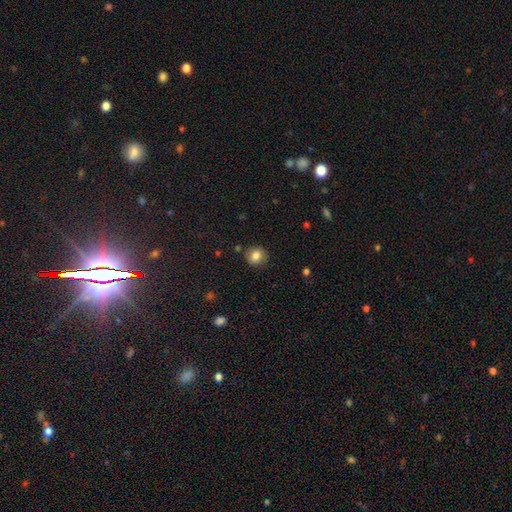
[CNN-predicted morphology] Smooth or featured? Predicted: smooth (p=0.82). How rounded? Predicted: round (p=0.81). Merging? Predicted: none (p=0.86).